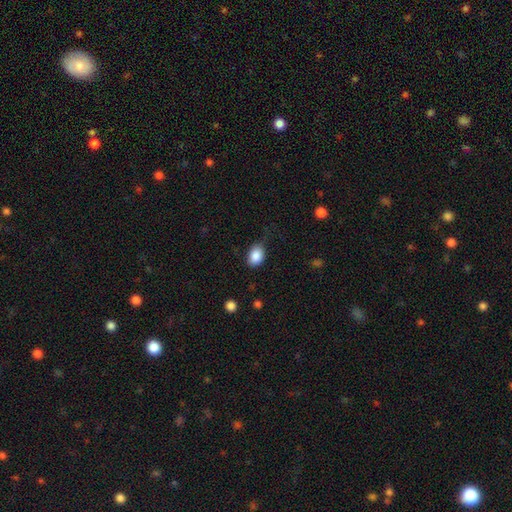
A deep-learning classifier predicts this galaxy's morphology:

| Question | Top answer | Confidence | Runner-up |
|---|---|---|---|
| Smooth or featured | smooth | 87% | star or artifact (8%) |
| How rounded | in between | 75% | round (24%) |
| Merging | none | 69% | minor disturbance (24%) |